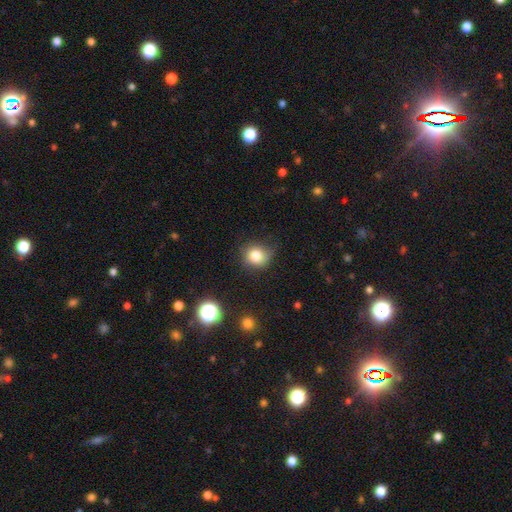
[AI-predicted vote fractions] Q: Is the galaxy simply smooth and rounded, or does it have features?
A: smooth — 80%.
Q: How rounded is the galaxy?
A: round — 83%.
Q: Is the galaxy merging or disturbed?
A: none — 70%.